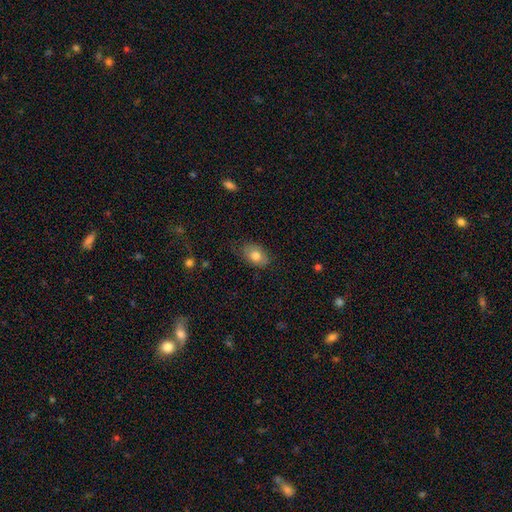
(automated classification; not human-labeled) A smooth galaxy with no disk features (79%) that is in between round and cigar-shaped (86%).

Vote fractions:
- Smooth or featured? smooth: 79% / featured or disk: 14% / star or artifact: 8%
- How rounded? in between: 86% / round: 13% / cigar-shaped: 1%
- Merging? none: 71% / minor disturbance: 22% / major disturbance: 6% / merger: 1%